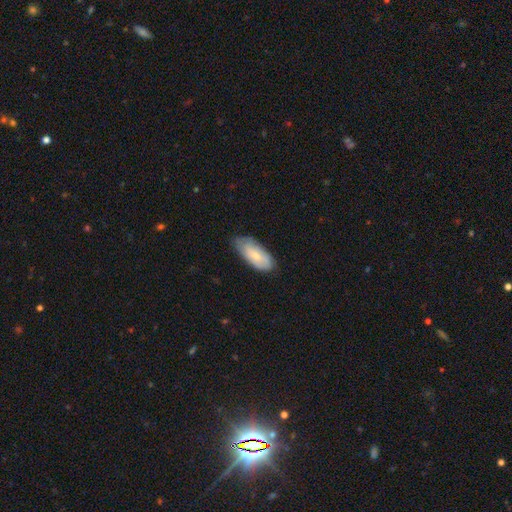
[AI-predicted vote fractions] Smooth or featured: smooth — 63% (featured or disk — 31%)
How rounded: in between — 87% (cigar-shaped — 11%)
Merging: none — 66% (minor disturbance — 28%)